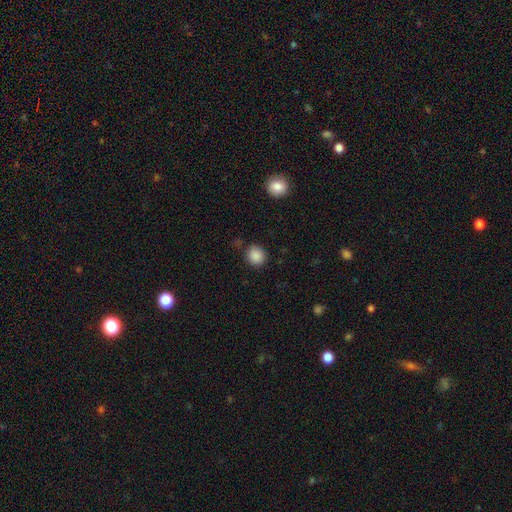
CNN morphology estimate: type=smooth (88%); roundness=round (87%); merging=none (81%).